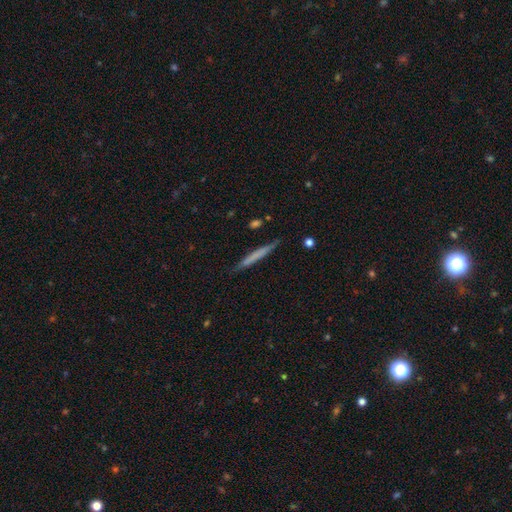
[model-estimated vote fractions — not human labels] A smooth galaxy with no disk features (58%) that is cigar-shaped (96%).

Vote fractions:
- Smooth or featured? smooth: 58% / featured or disk: 36% / star or artifact: 6%
- How rounded? cigar-shaped: 96% / in between: 2% / round: 1%
- Merging? none: 86% / minor disturbance: 11% / major disturbance: 2% / merger: 2%